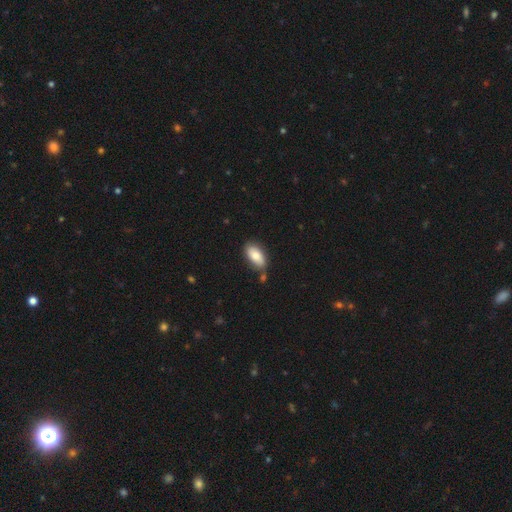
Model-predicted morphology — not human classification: Smooth or featured? smooth (79%)
How rounded? in between (93%)
Merging? none (73%)